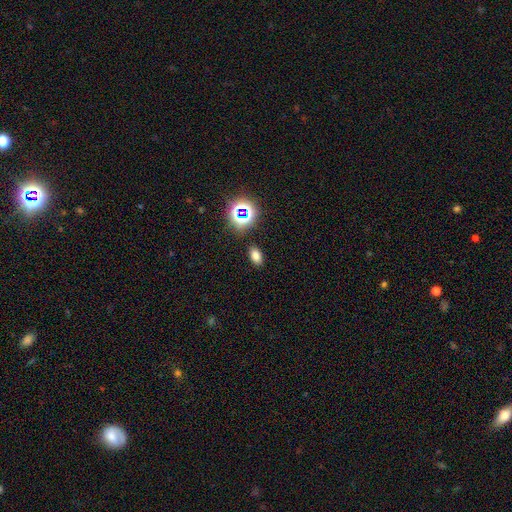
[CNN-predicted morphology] A smooth galaxy with no disk features (72%) that is in between round and cigar-shaped (87%). Merging: none (87%).